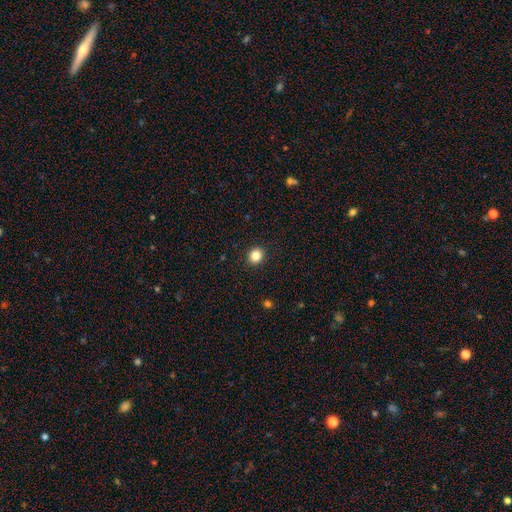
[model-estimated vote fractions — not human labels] This appears to be a smooth galaxy with no disk features (85%) that is round (76%). Merging: none (92%).